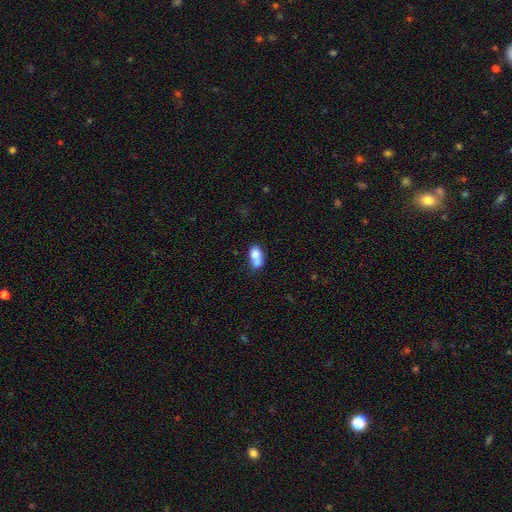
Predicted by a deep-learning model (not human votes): A smooth galaxy with no disk features (73%) that is in between round and cigar-shaped (73%). Merging: merger (57%).